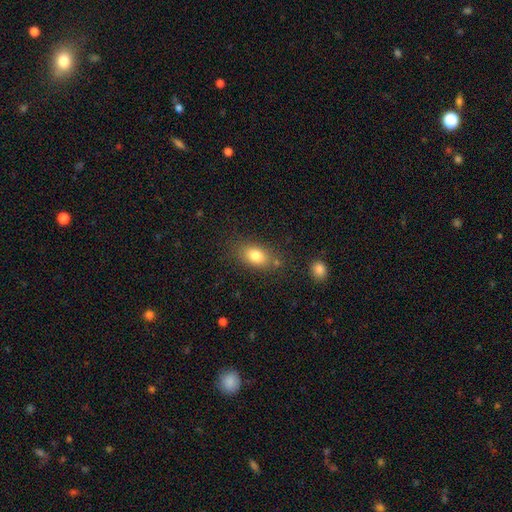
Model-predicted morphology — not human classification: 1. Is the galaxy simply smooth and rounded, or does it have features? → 81% smooth, 10% featured or disk, 9% star or artifact.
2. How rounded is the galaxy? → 83% in between, 15% round, 3% cigar-shaped.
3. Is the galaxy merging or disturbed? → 75% none, 15% minor disturbance, 7% merger, 4% major disturbance.